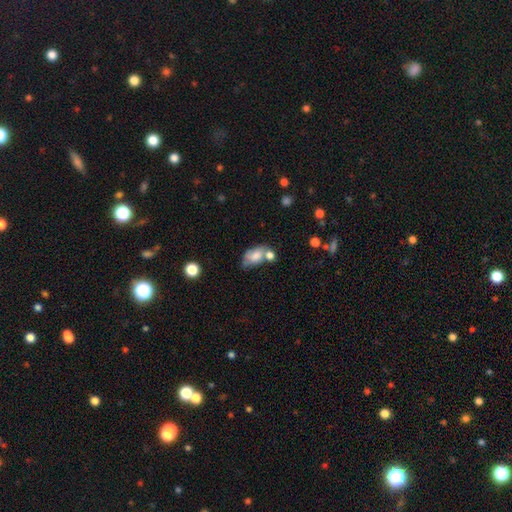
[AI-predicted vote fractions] This appears to be a smooth galaxy with no disk features (68%) that is in between round and cigar-shaped (88%). Merging: merger (36%).